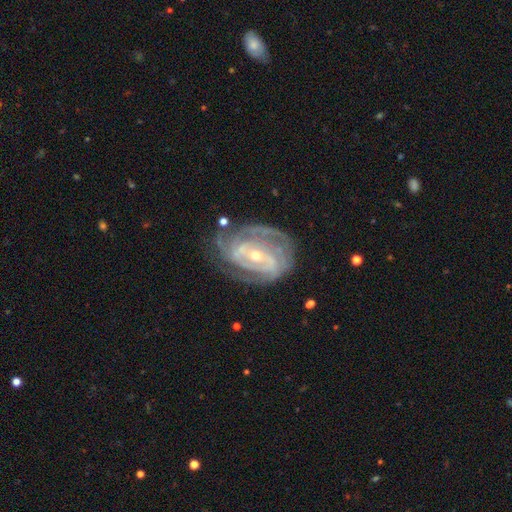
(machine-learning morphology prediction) This is clearly a featured or disk galaxy (91%). It is clearly not viewed edge-on (97%). Bar: marginally weak (38%). Spiral arm pattern: clearly yes (97%). Spiral arm count: marginally 3 (28%). Spiral winding: likely tight (66%). Central bulge: possibly small (59%). Merging: likely none (67%).